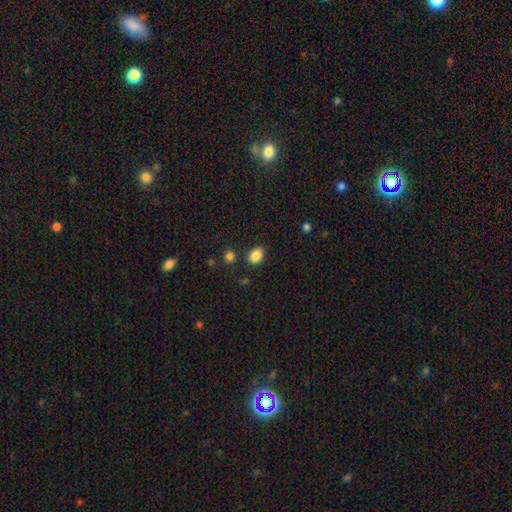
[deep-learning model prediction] Smooth or featured? smooth (87%)
How rounded? in between (70%)
Merging? none (82%)